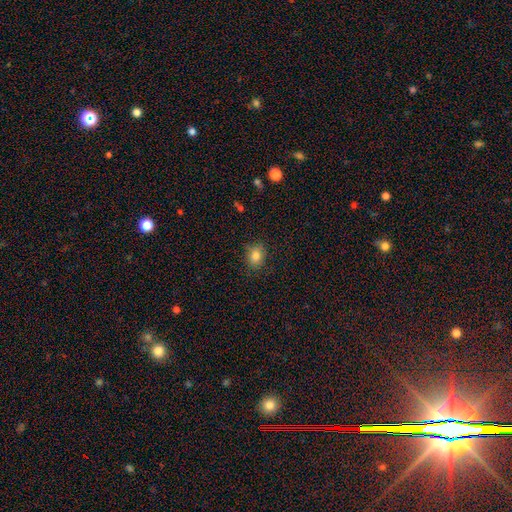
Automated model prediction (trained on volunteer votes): This appears to be a smooth galaxy with no disk features (82%) that is round (52%). Merging: none (82%).